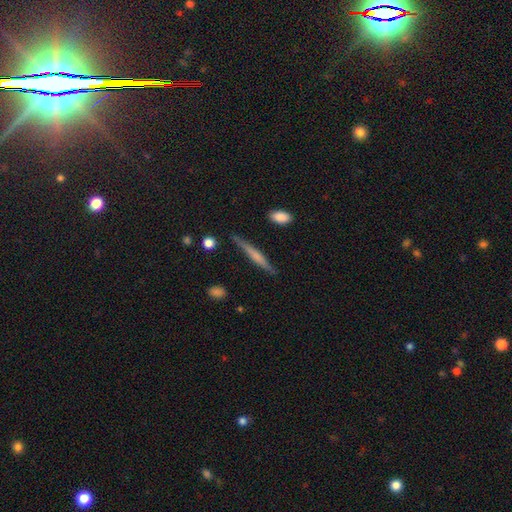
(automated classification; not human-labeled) featured or disk 53%, smooth 40%, star or artifact 6%. Down the decision tree: edge-on disk — yes (96%); edge-on bulge — none (41%); merging — none (84%).